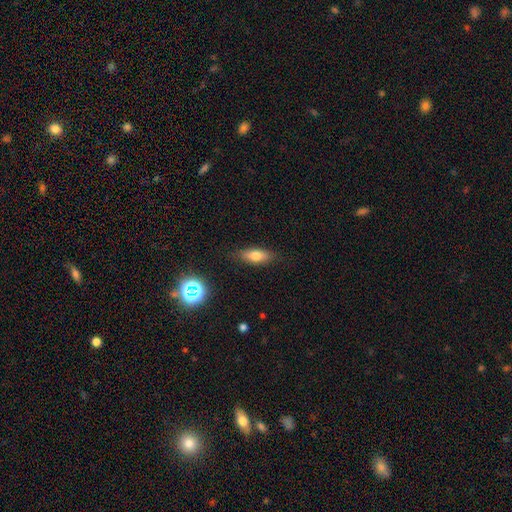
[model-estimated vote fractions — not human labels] Q: Smooth or featured?
A: smooth (71%); runner-up: featured or disk (19%)
Q: How rounded?
A: in between (70%); runner-up: cigar-shaped (26%)
Q: Merging?
A: none (82%); runner-up: minor disturbance (13%)